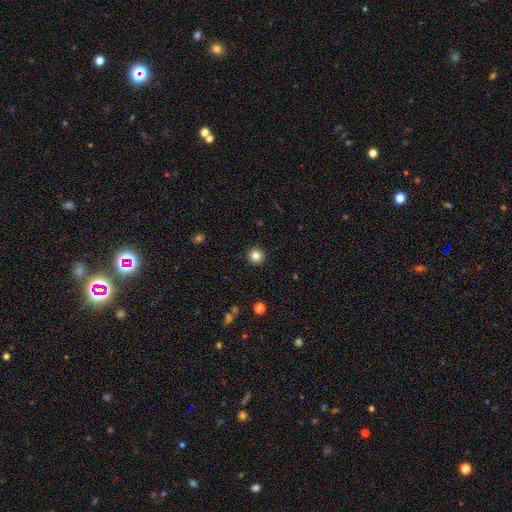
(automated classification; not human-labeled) Overall: smooth (83%). How rounded: round (95%). Merging: none (93%).